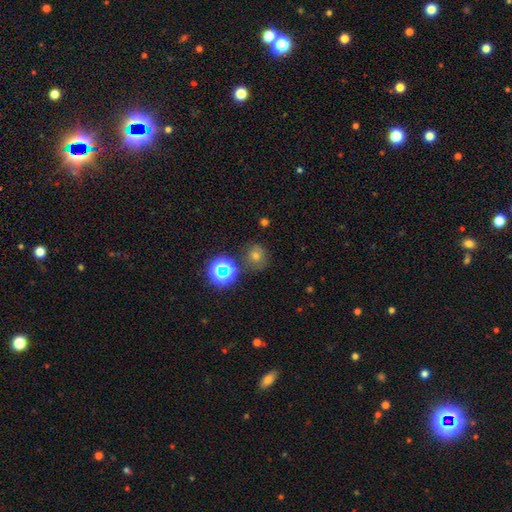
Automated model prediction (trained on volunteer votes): smooth 46%, star or artifact 42%, featured or disk 13%. Down the decision tree: merging — none (79%).